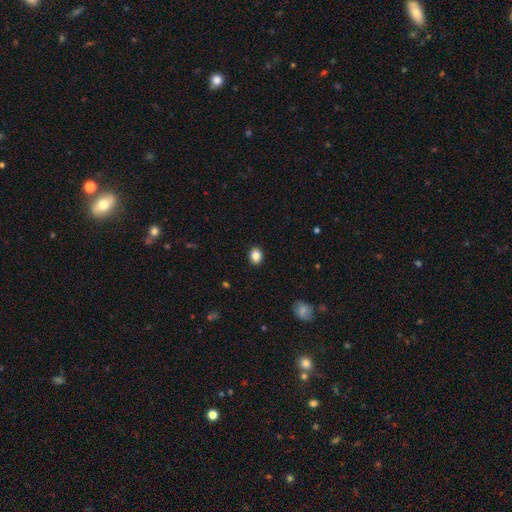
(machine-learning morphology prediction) This appears to be a smooth galaxy with no disk features (87%) that is in between round and cigar-shaped (50%). Merging: none (90%).